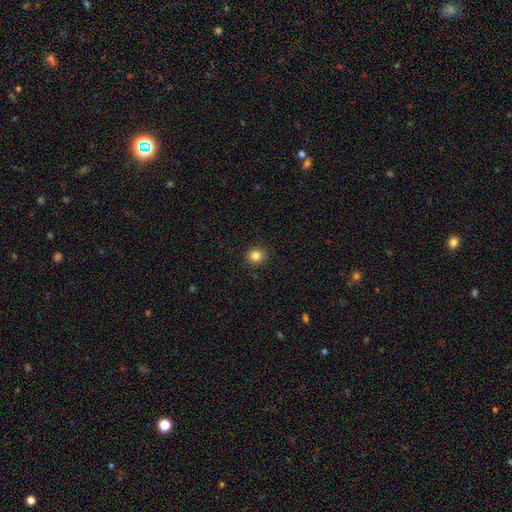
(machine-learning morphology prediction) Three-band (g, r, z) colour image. It shows a smooth galaxy with no disk features (83%) that is round (89%). Merging: none (91%).